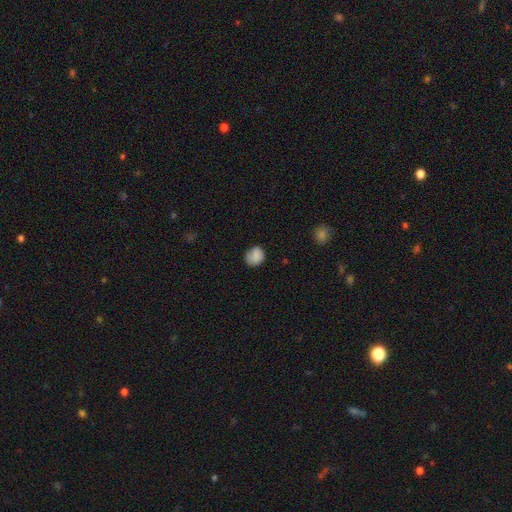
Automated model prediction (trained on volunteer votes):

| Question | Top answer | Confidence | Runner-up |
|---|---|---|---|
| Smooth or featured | smooth | 82% | featured or disk (10%) |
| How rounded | round | 65% | in between (34%) |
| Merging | none | 67% | minor disturbance (24%) |